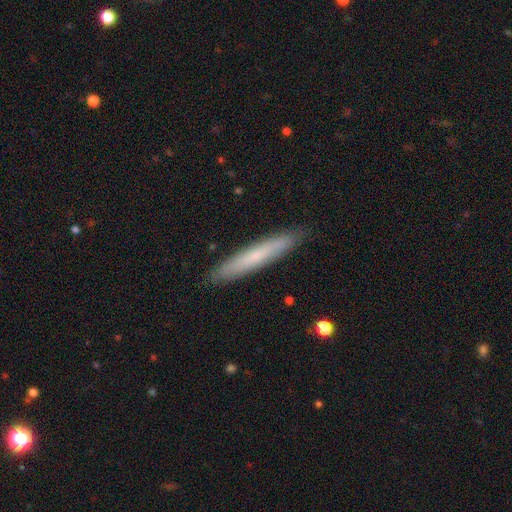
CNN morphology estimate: type=smooth (63%); roundness=cigar-shaped (94%); merging=none (90%).